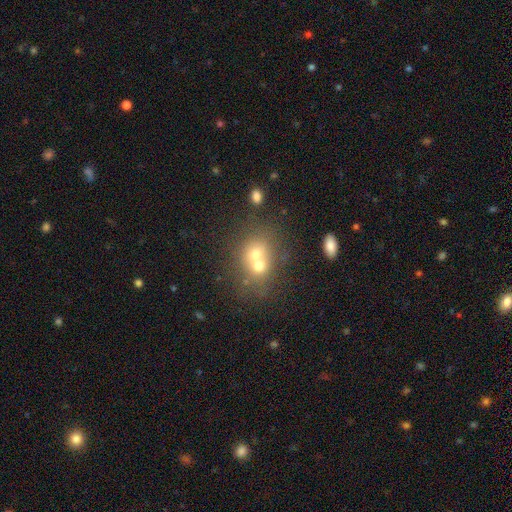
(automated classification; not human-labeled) A smooth galaxy with no disk features (61%) that is round (67%). Merging: merger (64%).